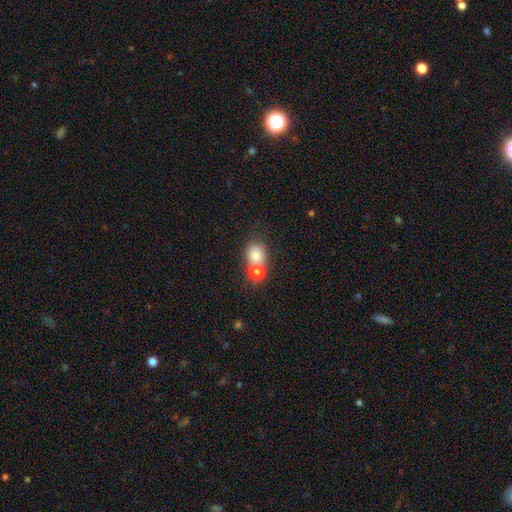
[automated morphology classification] This appears to be a smooth galaxy with no disk features (75%) that is round (74%). Merging: merger (46%).